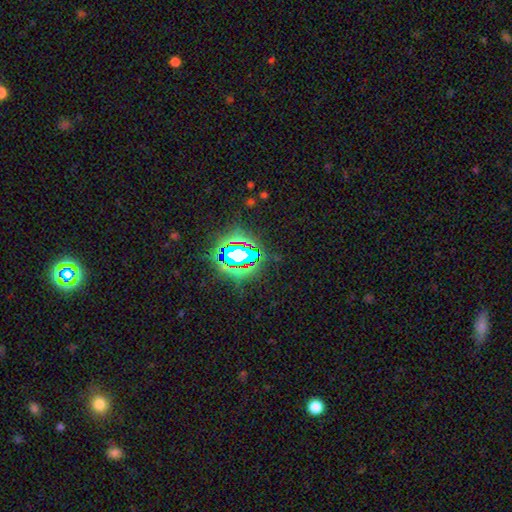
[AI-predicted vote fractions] Smooth or featured?
  - star or artifact: 80% *
  - smooth: 12%
  - featured or disk: 8%